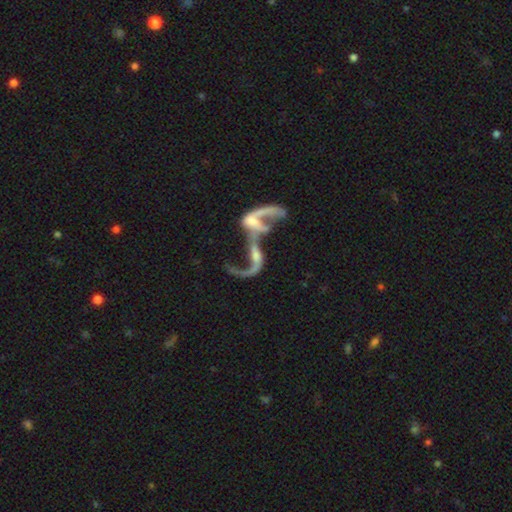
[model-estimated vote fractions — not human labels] Morphology: type=featured or disk (76%); edge-on=no (93%); bar=no (58%); spiral arms=yes (67%); bulge=none (37%); merging=merger (59%).